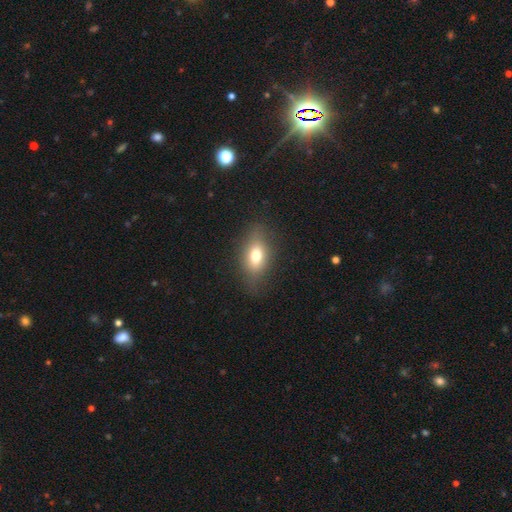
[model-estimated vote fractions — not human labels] Morphology: type=smooth (70%); roundness=in between (80%); merging=none (76%).